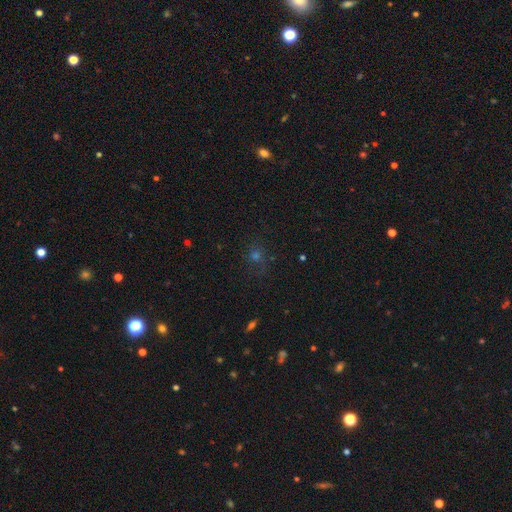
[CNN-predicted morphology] smooth 47%, star or artifact 41%, featured or disk 12%. Down the decision tree: merging — none (78%).